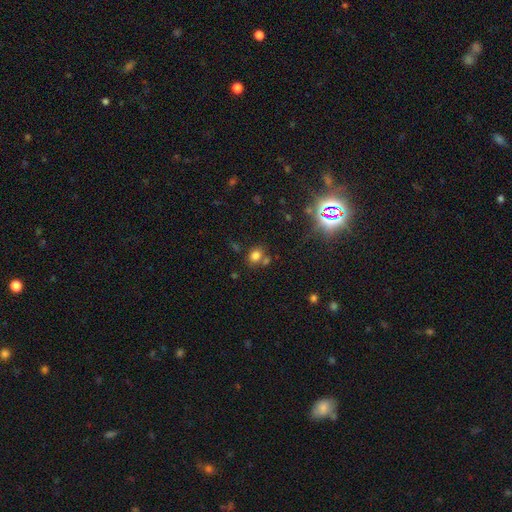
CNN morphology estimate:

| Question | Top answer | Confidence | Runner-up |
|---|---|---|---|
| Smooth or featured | smooth | 76% | star or artifact (16%) |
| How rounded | in between | 55% | round (44%) |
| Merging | none | 62% | merger (20%) |